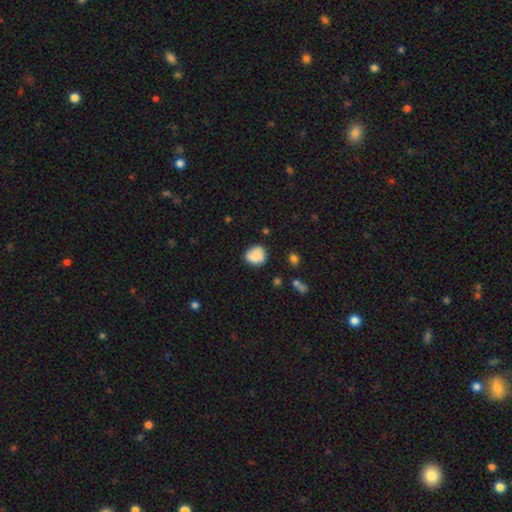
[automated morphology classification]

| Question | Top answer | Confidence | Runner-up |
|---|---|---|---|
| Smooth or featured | smooth | 82% | featured or disk (10%) |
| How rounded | round | 74% | in between (25%) |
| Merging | none | 70% | minor disturbance (22%) |